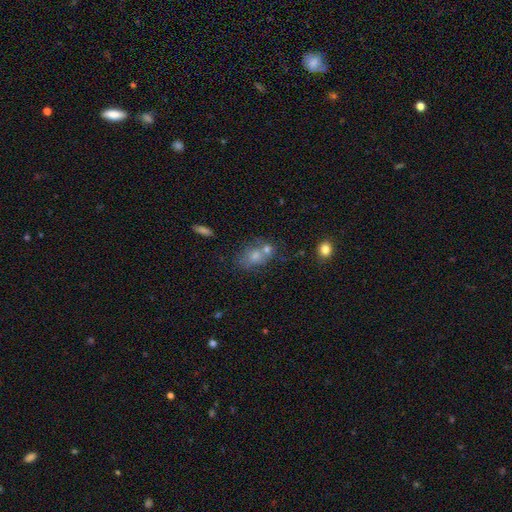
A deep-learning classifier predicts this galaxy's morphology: smooth_or_featured: smooth (p=0.57) [alt: featured or disk p=0.22]
how_rounded: in between (p=0.58) [alt: round p=0.38]
merging: none (p=0.44) [alt: merger p=0.39]